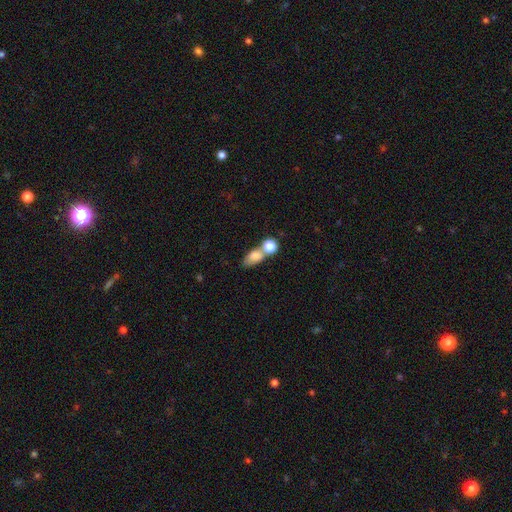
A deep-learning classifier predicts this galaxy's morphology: Smooth or featured? smooth (78%)
How rounded? in between (70%)
Merging? merger (47%)